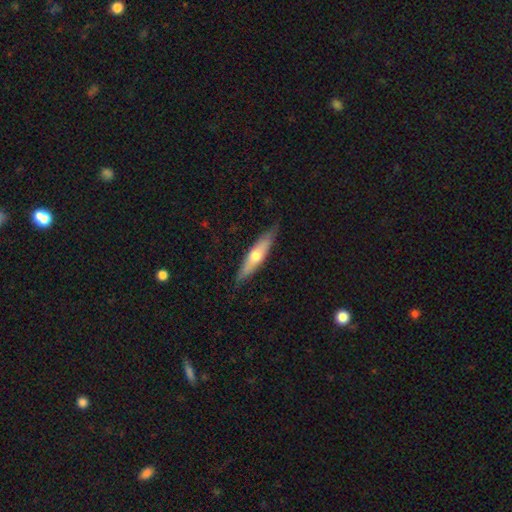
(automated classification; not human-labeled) A featured or disk galaxy (48%).

Vote fractions:
- Smooth or featured? featured or disk: 48% / smooth: 46% / star or artifact: 5%
- Merging? none: 85% / minor disturbance: 12% / major disturbance: 2% / merger: 1%